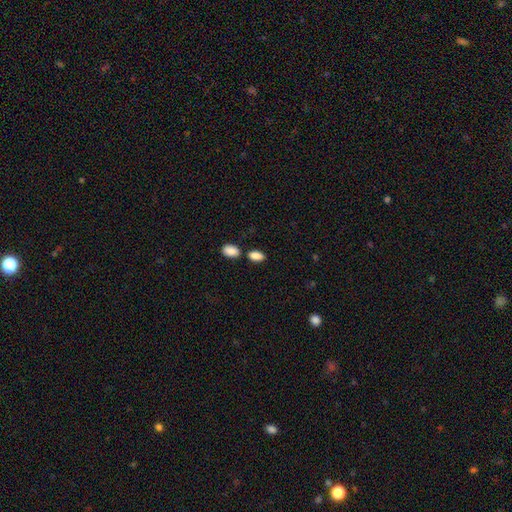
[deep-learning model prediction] Smooth or featured? Predicted: smooth (p=0.87). How rounded? Predicted: in between (p=0.90). Merging? Predicted: none (p=0.67).